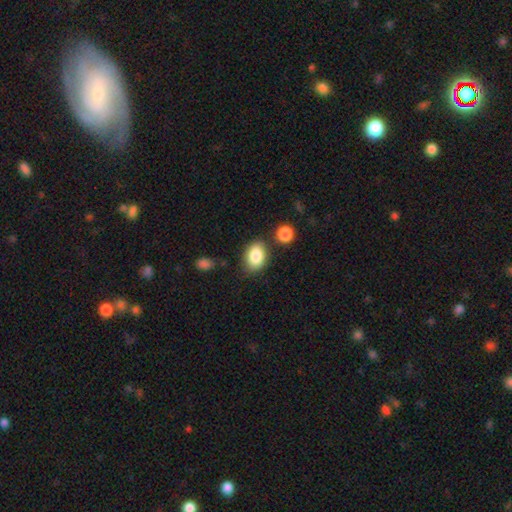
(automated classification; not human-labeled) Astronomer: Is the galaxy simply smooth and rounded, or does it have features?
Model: smooth — 85%.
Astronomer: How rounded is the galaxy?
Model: in between — 81%.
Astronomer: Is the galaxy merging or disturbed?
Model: none — 74%.